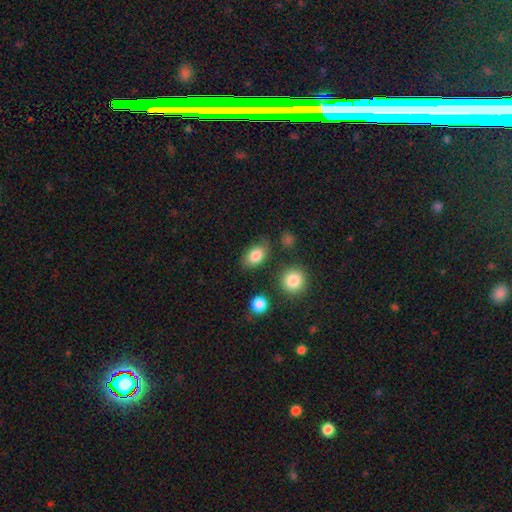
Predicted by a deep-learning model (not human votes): Overall: smooth (83%). How rounded: in between (84%). Merging: none (75%).